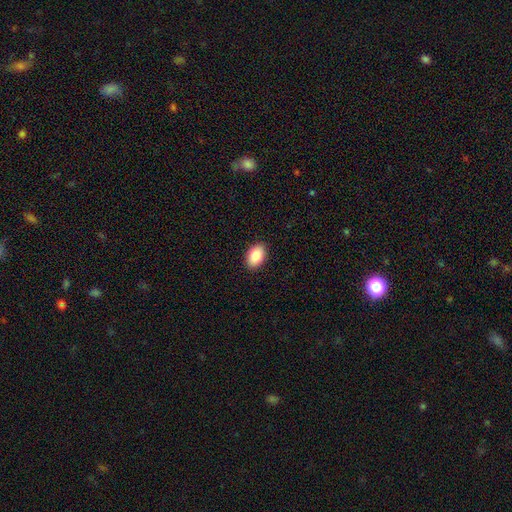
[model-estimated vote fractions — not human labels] A smooth galaxy with no disk features (87%) that is in between round and cigar-shaped (89%). Merging: none (90%).